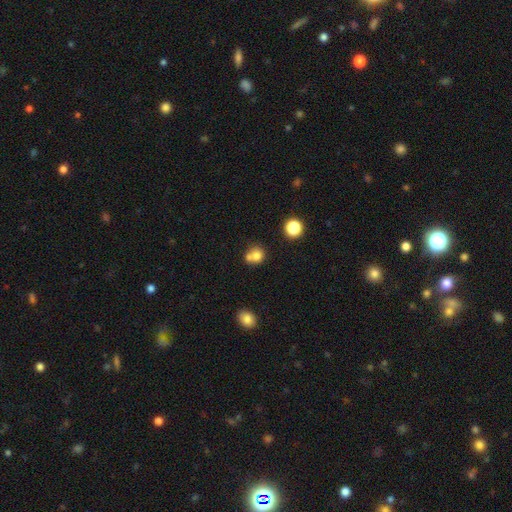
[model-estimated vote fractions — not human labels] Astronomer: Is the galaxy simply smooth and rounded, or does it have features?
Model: smooth — 75%.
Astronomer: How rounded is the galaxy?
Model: round — 80%.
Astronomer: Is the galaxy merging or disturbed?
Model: merger — 45% (runner-up: none, 42%).